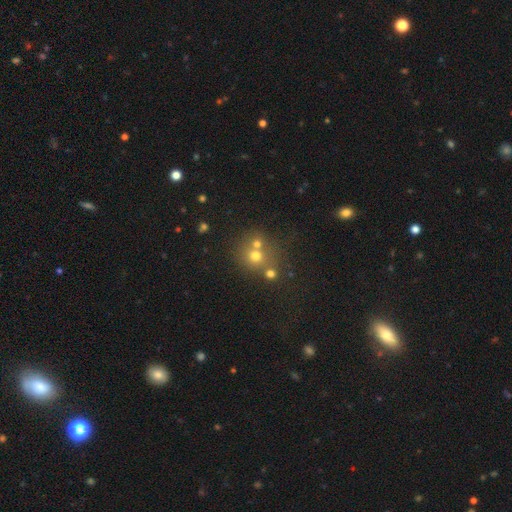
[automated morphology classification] This appears to be a smooth galaxy with no disk features (65%) that is round (85%). Merging: none (49%).